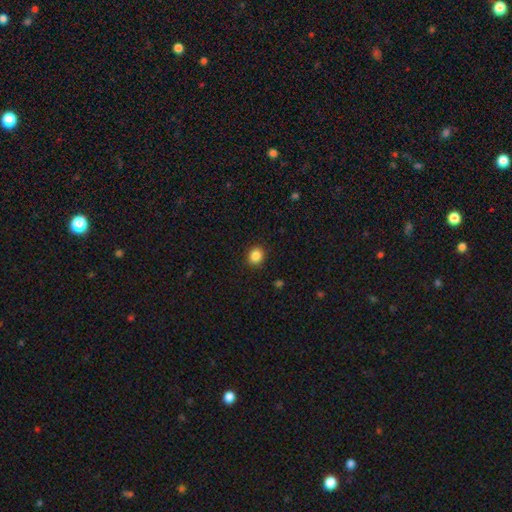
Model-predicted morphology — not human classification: The model was most divided on "how rounded": round: 74%, in between: 25%, cigar-shaped: 1%. More confident: merging — none (91%); smooth or featured — smooth (87%).